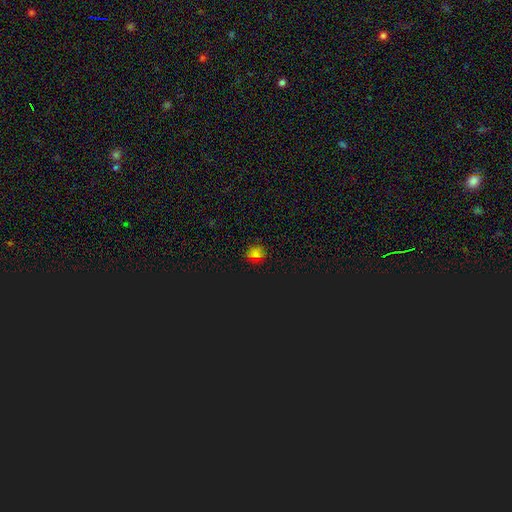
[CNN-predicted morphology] Smooth or featured? smooth (58%)
How rounded? round (72%)
Merging? none (86%)